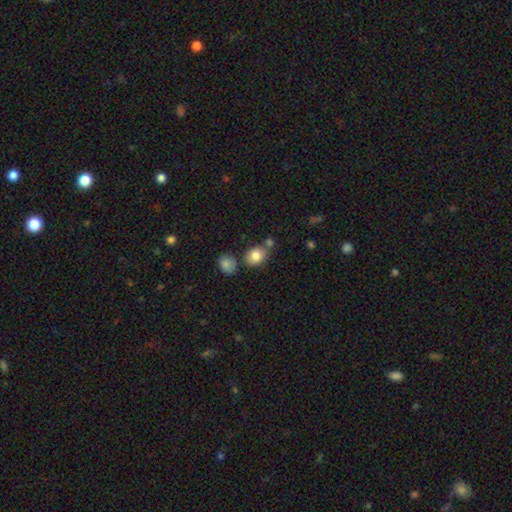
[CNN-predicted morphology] Smooth or featured?
  - smooth: 83% *
  - star or artifact: 9%
  - featured or disk: 8%
How rounded?
  - in between: 53% *
  - round: 46%
  - cigar-shaped: 1%
Merging?
  - none: 63% *
  - merger: 18%
  - minor disturbance: 15%
  - major disturbance: 4%